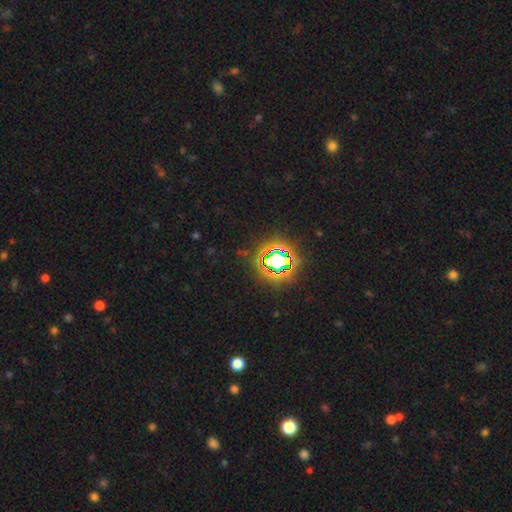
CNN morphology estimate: smooth_or_featured: star or artifact (p=0.83) [alt: smooth p=0.11]